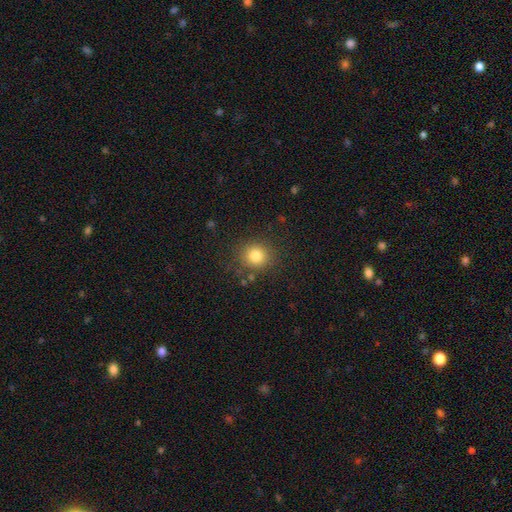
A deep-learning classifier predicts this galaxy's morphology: smooth 81%, star or artifact 12%, featured or disk 7%. Down the decision tree: how rounded — round (86%); merging — none (84%).